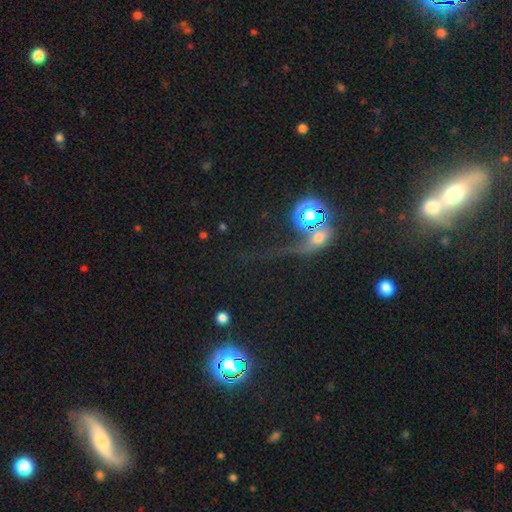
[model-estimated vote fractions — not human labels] A star or artifact, not a galaxy (53%).